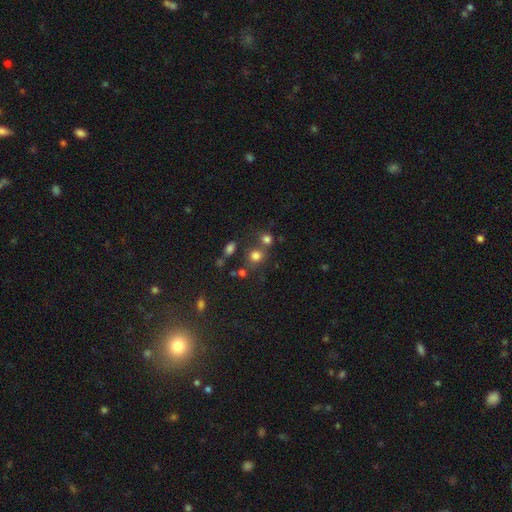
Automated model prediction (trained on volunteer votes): smooth 75%, star or artifact 16%, featured or disk 8%. Down the decision tree: how rounded — round (71%); merging — none (59%).